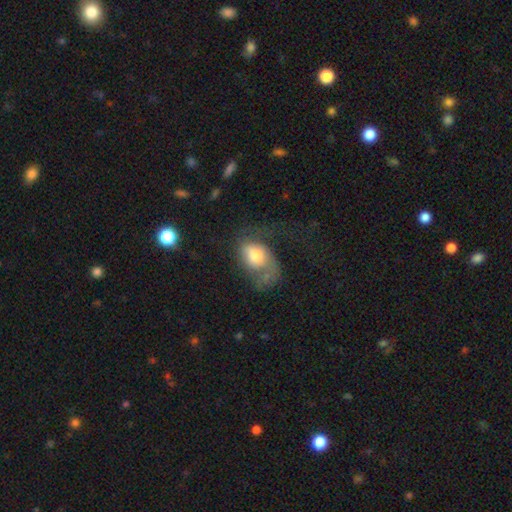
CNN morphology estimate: Smooth or featured: smooth — 59% (featured or disk — 32%)
How rounded: in between — 75% (round — 24%)
Merging: major disturbance — 50% (none — 22%)